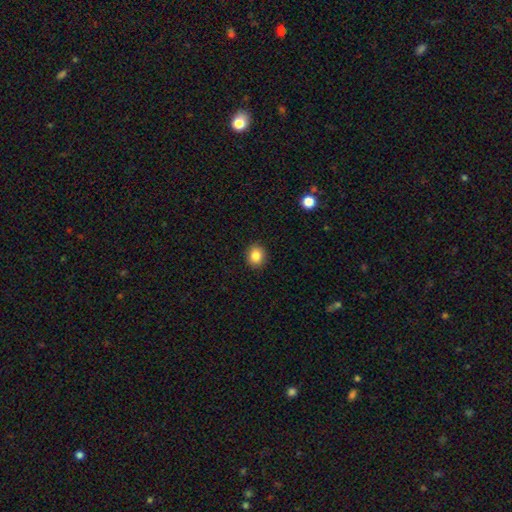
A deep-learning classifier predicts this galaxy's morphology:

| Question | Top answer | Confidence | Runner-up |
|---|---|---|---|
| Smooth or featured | smooth | 85% | star or artifact (10%) |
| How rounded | round | 72% | in between (28%) |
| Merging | none | 91% | minor disturbance (6%) |